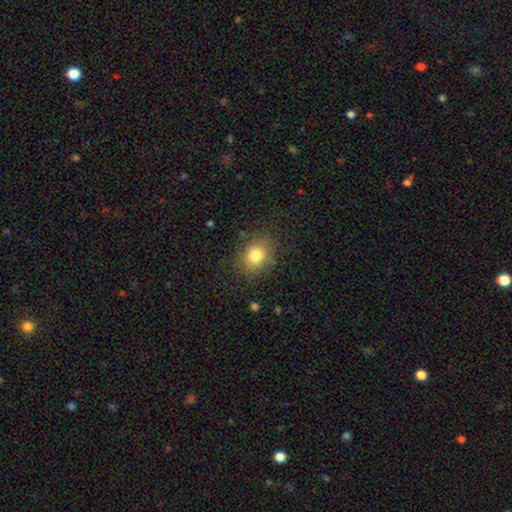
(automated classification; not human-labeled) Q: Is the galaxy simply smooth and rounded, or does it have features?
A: smooth — 80%.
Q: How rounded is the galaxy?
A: round — 52%.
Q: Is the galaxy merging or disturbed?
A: none — 80%.